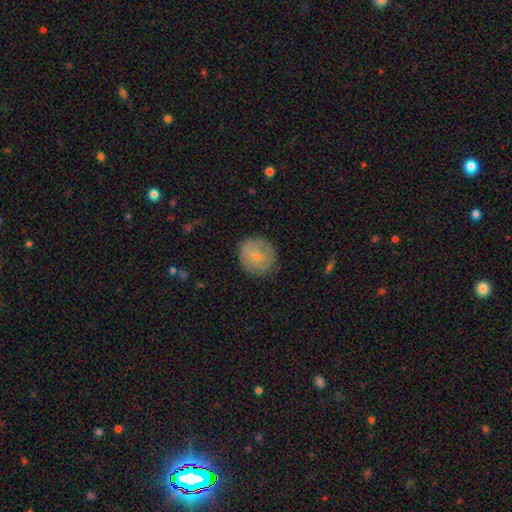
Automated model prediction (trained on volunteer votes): Smooth or featured: smooth — 70% (featured or disk — 22%)
How rounded: round — 85% (in between — 14%)
Merging: none — 80% (minor disturbance — 15%)